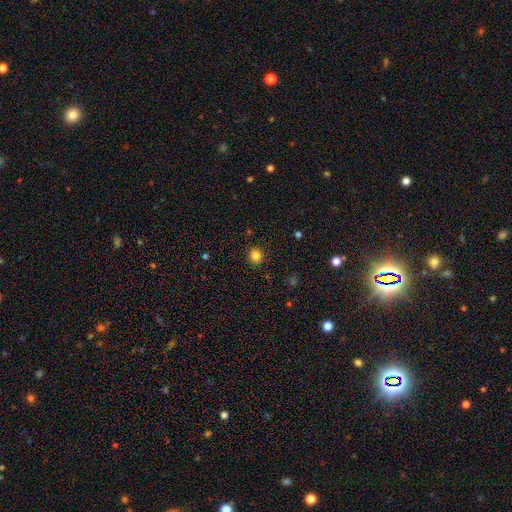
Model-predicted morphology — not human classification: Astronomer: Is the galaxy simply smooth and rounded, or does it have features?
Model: smooth — 82%.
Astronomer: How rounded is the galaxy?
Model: round — 90%.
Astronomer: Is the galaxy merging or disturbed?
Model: none — 91%.